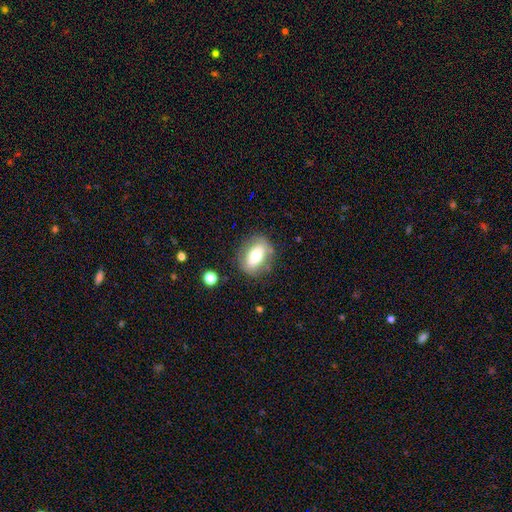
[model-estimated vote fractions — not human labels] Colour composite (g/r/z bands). It shows a smooth galaxy with no disk features (62%) that is in between round and cigar-shaped (77%). Merging: none (76%).